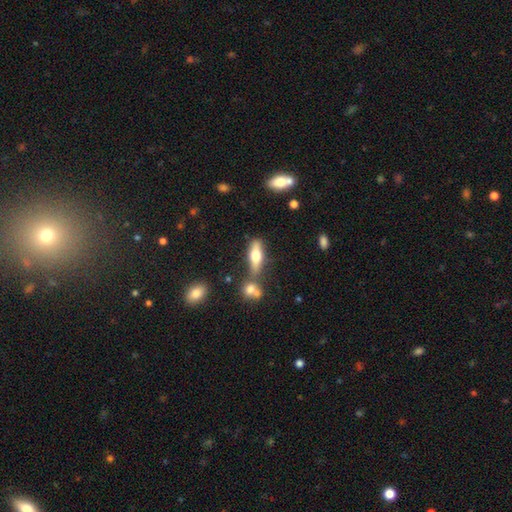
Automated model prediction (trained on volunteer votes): Q: Smooth or featured?
A: smooth (56%); runner-up: featured or disk (36%)
Q: How rounded?
A: in between (54%); runner-up: cigar-shaped (42%)
Q: Merging?
A: none (62%); runner-up: merger (18%)